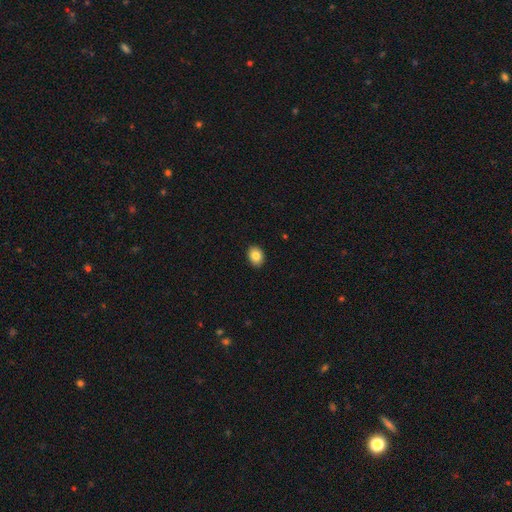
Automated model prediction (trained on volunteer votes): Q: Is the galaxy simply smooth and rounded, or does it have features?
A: smooth — 84%.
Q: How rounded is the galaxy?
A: in between — 63%.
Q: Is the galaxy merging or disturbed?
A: none — 91%.